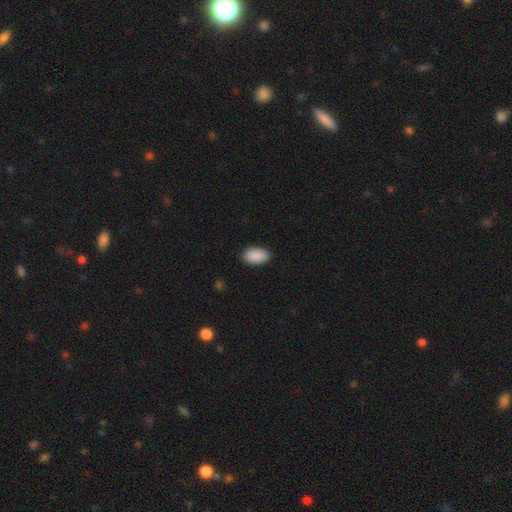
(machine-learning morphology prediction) Smooth or featured: smooth — 91% (star or artifact — 6%)
How rounded: in between — 94% (round — 4%)
Merging: none — 88% (minor disturbance — 9%)